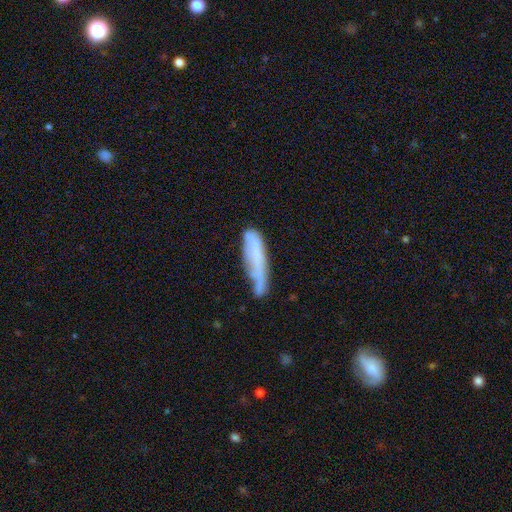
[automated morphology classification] type=smooth (58%); roundness=cigar-shaped (80%); merging=none (42%).